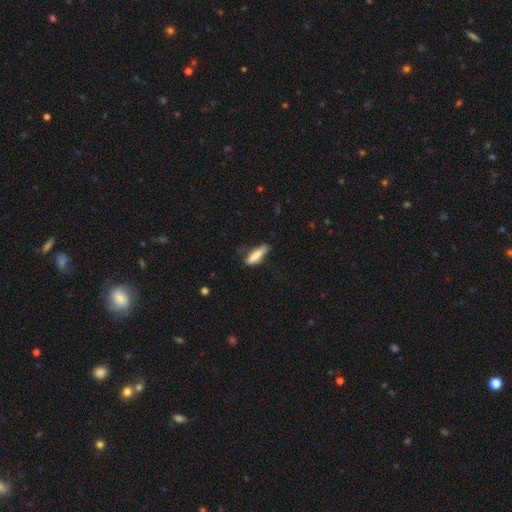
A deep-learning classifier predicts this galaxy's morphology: Smooth or featured?
  - smooth: 78% *
  - featured or disk: 15%
  - star or artifact: 7%
How rounded?
  - cigar-shaped: 60% *
  - in between: 38%
  - round: 2%
Merging?
  - none: 59% *
  - minor disturbance: 30%
  - major disturbance: 9%
  - merger: 3%